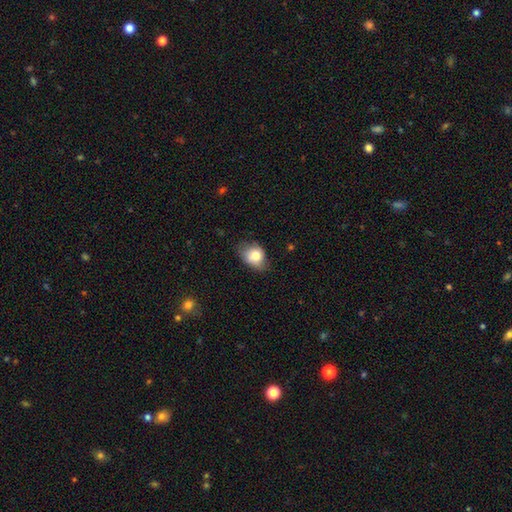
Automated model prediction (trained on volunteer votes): Q: Smooth or featured?
A: smooth (77%); runner-up: featured or disk (14%)
Q: How rounded?
A: in between (63%); runner-up: round (36%)
Q: Merging?
A: none (54%); runner-up: minor disturbance (35%)